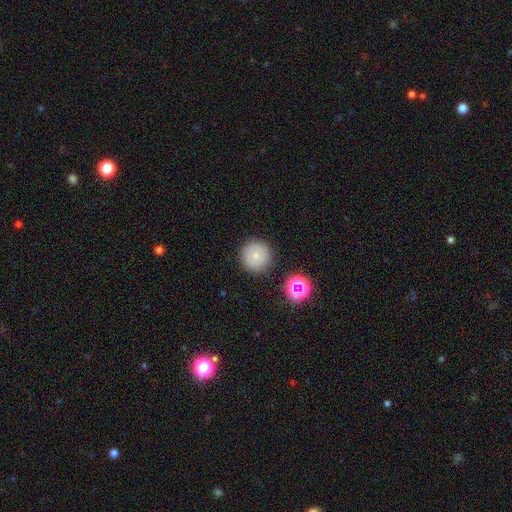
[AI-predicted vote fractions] Q: Smooth or featured?
A: smooth (76%); runner-up: star or artifact (13%)
Q: How rounded?
A: round (96%); runner-up: in between (4%)
Q: Merging?
A: none (87%); runner-up: minor disturbance (8%)